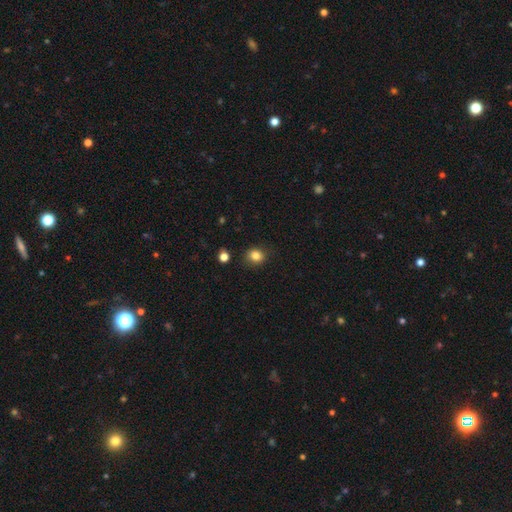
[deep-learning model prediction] Smooth or featured? Predicted: smooth (p=0.83). How rounded? Predicted: round (p=0.70). Merging? Predicted: none (p=0.84).